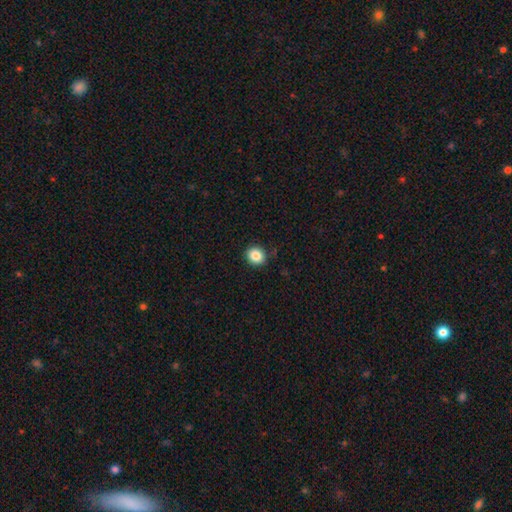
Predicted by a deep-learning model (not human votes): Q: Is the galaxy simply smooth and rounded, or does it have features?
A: smooth — 86%.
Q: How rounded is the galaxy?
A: round — 83%.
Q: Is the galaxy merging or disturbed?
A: none — 89%.